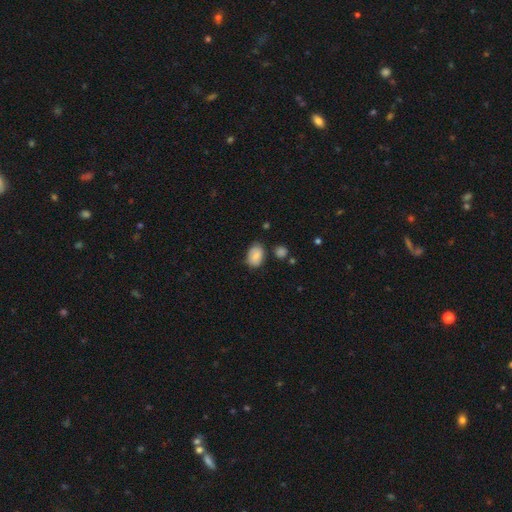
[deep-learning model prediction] smooth_or_featured: smooth (p=0.80) [alt: featured or disk p=0.12]
how_rounded: in between (p=0.83) [alt: round p=0.16]
merging: none (p=0.70) [alt: minor disturbance p=0.22]